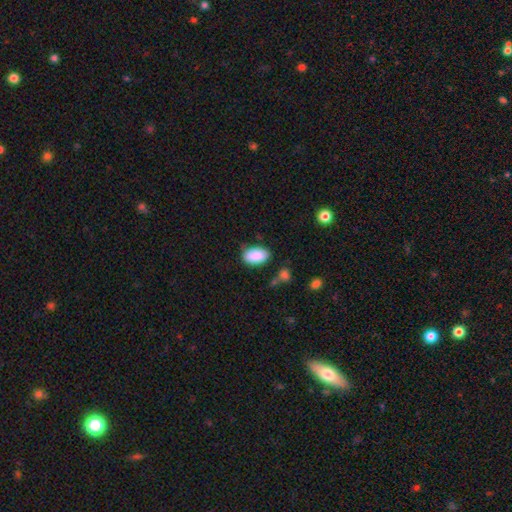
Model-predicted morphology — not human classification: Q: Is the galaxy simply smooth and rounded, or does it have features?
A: smooth — 89%.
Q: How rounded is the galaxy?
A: in between — 94%.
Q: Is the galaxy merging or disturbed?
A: none — 73%.